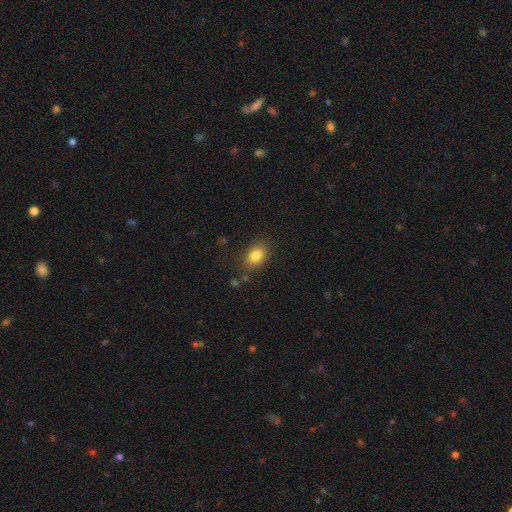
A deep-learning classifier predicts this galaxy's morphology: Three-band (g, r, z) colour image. It shows a smooth galaxy with no disk features (83%) that is in between round and cigar-shaped (72%). Merging: none (81%).